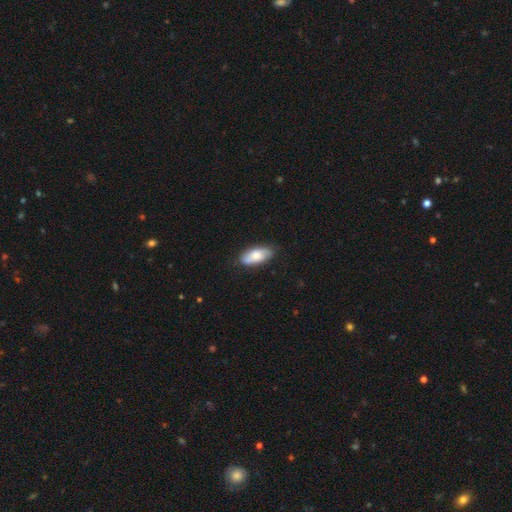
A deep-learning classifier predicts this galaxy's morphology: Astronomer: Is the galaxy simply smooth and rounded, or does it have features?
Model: smooth — 70%.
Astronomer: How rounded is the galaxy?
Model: in between — 86%.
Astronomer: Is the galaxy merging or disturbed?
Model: none — 81%.